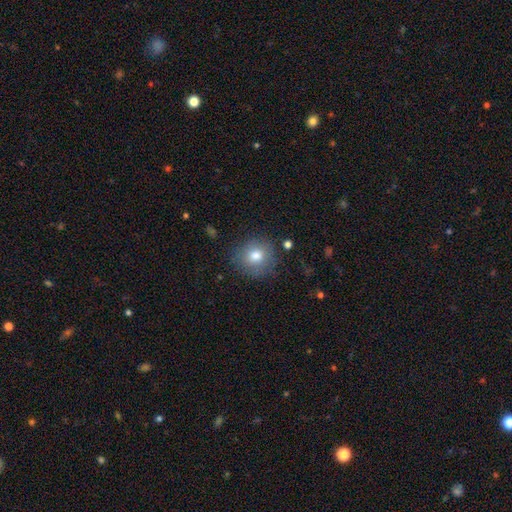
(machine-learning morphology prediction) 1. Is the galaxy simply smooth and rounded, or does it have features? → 79% smooth, 11% featured or disk, 10% star or artifact.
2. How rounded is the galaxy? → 87% round, 12% in between, 1% cigar-shaped.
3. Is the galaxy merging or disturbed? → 81% none, 13% minor disturbance, 4% major disturbance, 2% merger.